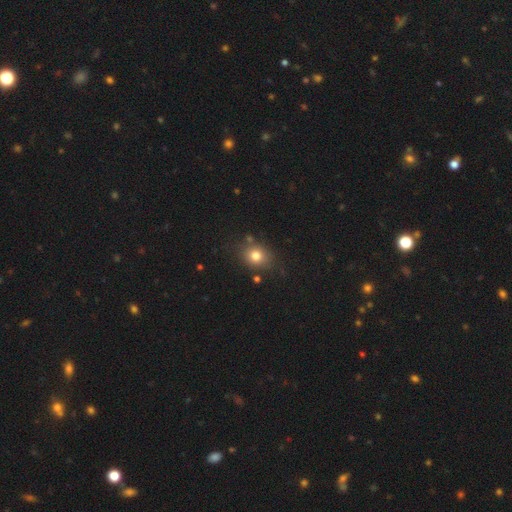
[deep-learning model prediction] smooth 78%, star or artifact 13%, featured or disk 10%. Down the decision tree: how rounded — round (61%); merging — none (78%).